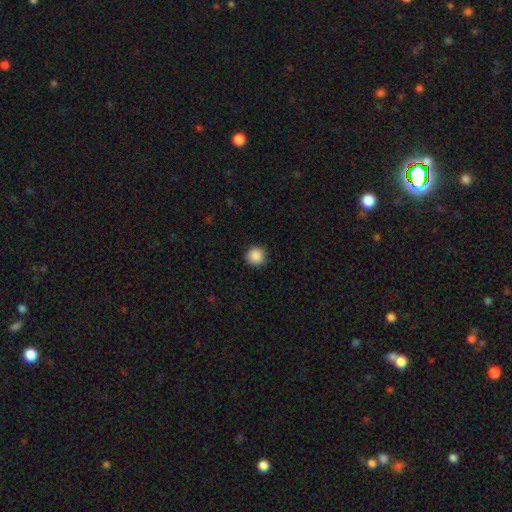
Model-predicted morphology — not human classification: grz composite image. It shows a smooth galaxy with no disk features (89%) that is round (95%). Merging: none (92%).